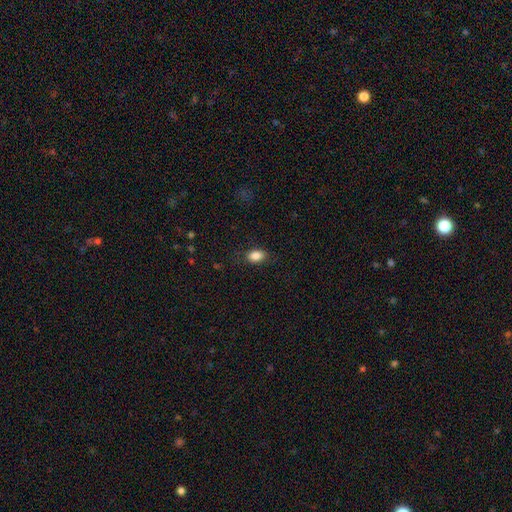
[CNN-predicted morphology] Smooth or featured?
  - smooth: 87% *
  - star or artifact: 8%
  - featured or disk: 5%
How rounded?
  - in between: 85% *
  - round: 14%
  - cigar-shaped: 2%
Merging?
  - none: 84% *
  - minor disturbance: 12%
  - major disturbance: 4%
  - merger: 1%